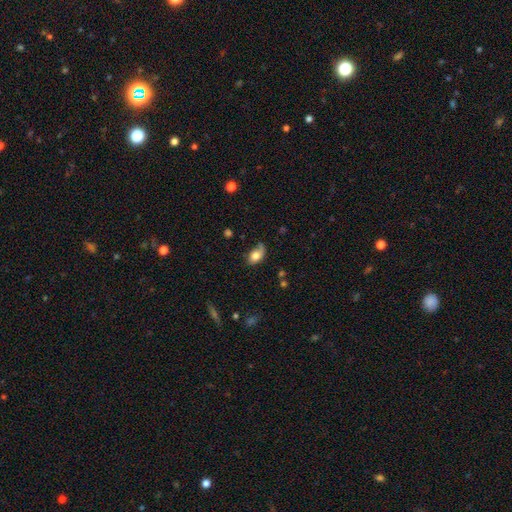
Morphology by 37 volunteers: Smooth or featured: smooth — 62% (featured or disk — 27%)
How rounded: in between — 96% (round — 4%)
Merging: none — 42% (minor disturbance — 36%)